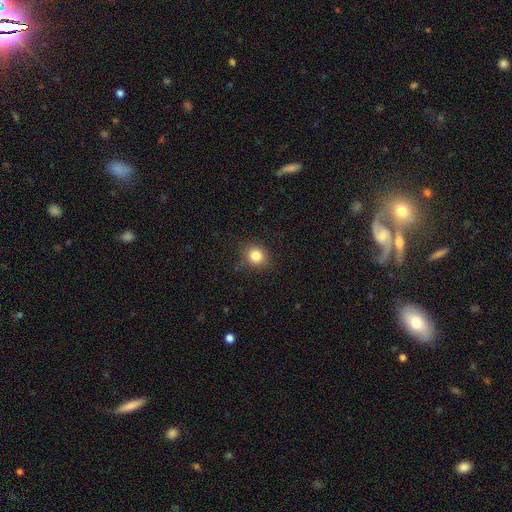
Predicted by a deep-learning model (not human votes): A smooth galaxy with no disk features (83%) that is round (75%). Merging: none (83%).